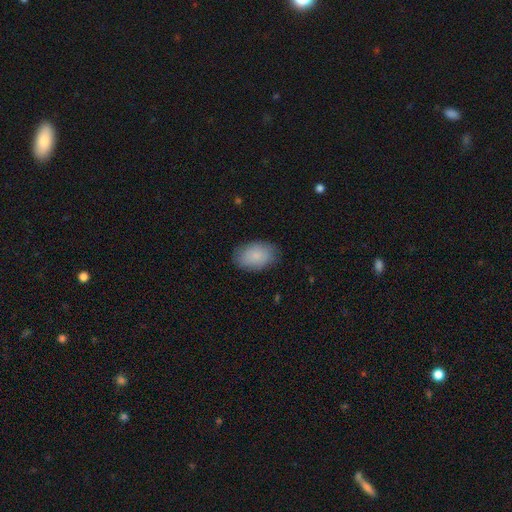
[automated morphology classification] The model was most divided on "merging": none: 82%, minor disturbance: 14%, major disturbance: 3%, merger: 1%. More confident: how rounded — in between (88%); smooth or featured — smooth (85%).